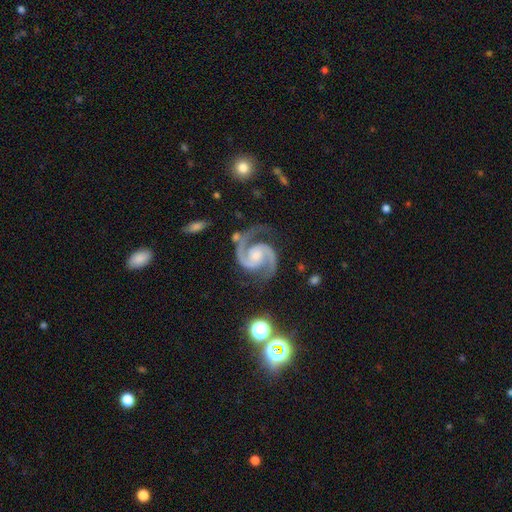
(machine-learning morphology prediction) Smooth or featured? featured or disk (94%)
Edge-on disk? no (99%)
Bar? no (57%)
Spiral arms? yes (99%)
Spiral winding? medium (63%)
Spiral arm count? 2 (95%)
Bulge size? moderate (38%)
Merging? none (74%)